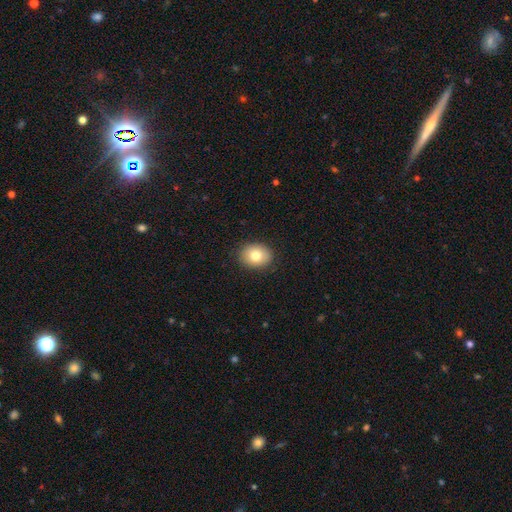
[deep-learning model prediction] A smooth galaxy with no disk features (79%) that is in between round and cigar-shaped (51%).

Vote fractions:
- Smooth or featured? smooth: 79% / featured or disk: 12% / star or artifact: 9%
- How rounded? in between: 51% / round: 48% / cigar-shaped: 1%
- Merging? none: 89% / minor disturbance: 8% / major disturbance: 2% / merger: 1%